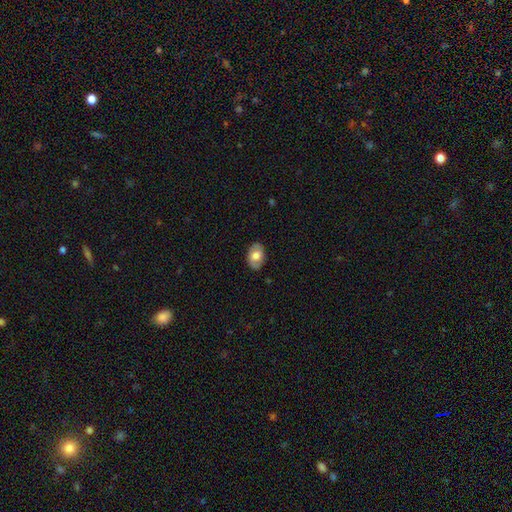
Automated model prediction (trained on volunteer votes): Smooth or featured? Predicted: smooth (p=0.64). How rounded? Predicted: in between (p=0.85). Merging? Predicted: none (p=0.84).